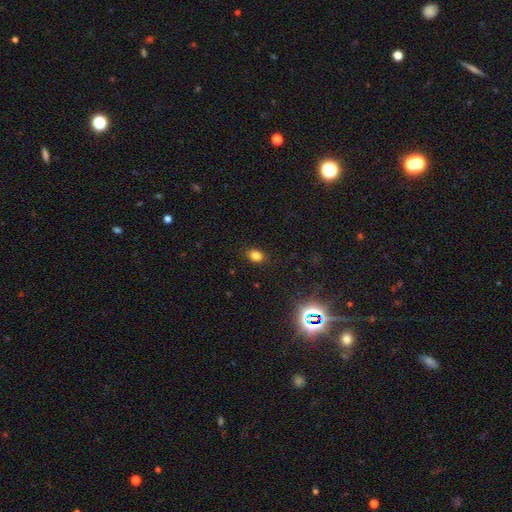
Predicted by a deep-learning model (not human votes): This is clearly a smooth galaxy (81%). How rounded: likely in between (67%). Merging: clearly none (87%).